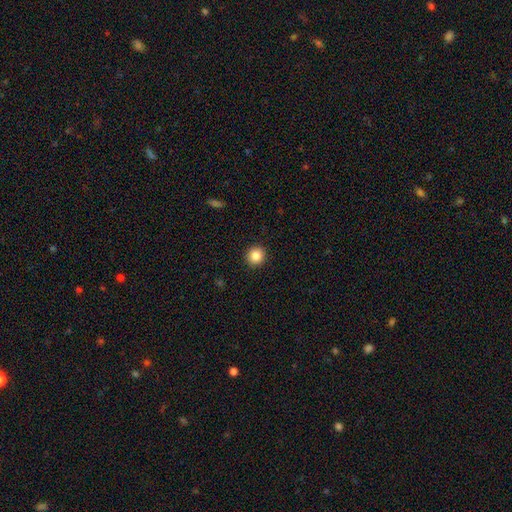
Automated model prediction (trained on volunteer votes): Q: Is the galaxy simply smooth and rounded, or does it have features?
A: smooth — 85%.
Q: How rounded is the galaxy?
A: round — 93%.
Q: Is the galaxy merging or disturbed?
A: none — 93%.